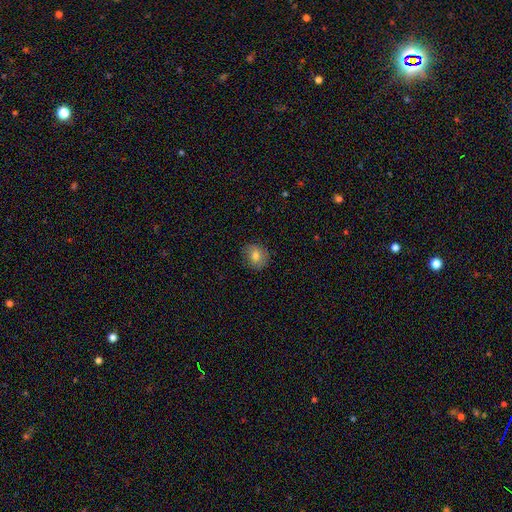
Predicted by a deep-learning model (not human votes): Q: Smooth or featured?
A: smooth (76%); runner-up: featured or disk (14%)
Q: How rounded?
A: round (74%); runner-up: in between (25%)
Q: Merging?
A: none (84%); runner-up: minor disturbance (12%)